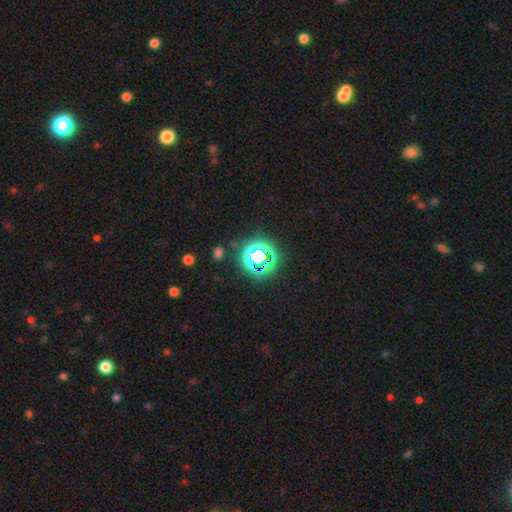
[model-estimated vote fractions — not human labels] Smooth or featured? star or artifact (66%)